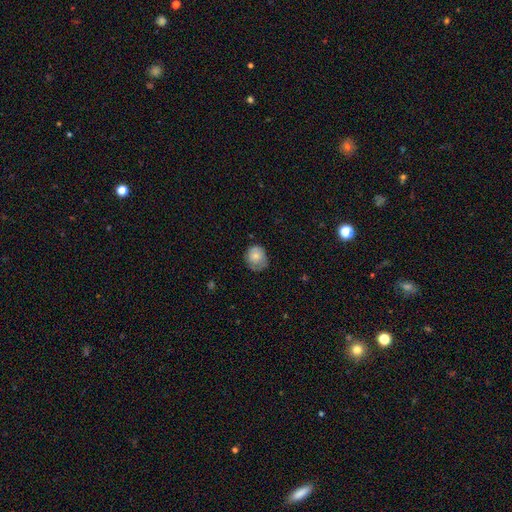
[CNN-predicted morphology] Smooth or featured: smooth — 78% (featured or disk — 14%)
How rounded: round — 74% (in between — 25%)
Merging: none — 66% (minor disturbance — 27%)